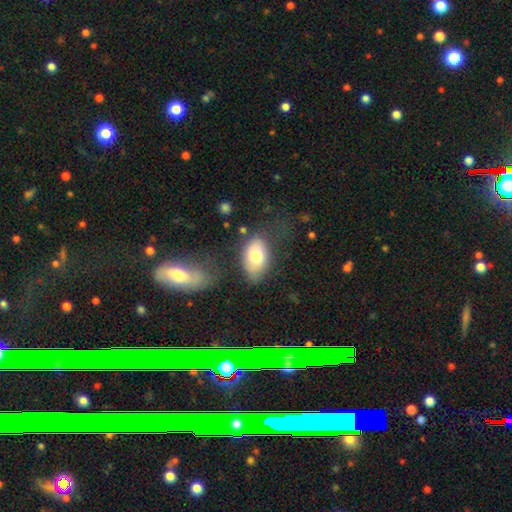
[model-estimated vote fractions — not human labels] smooth 74%, featured or disk 19%, star or artifact 7%. Down the decision tree: how rounded — in between (90%); merging — none (61%).